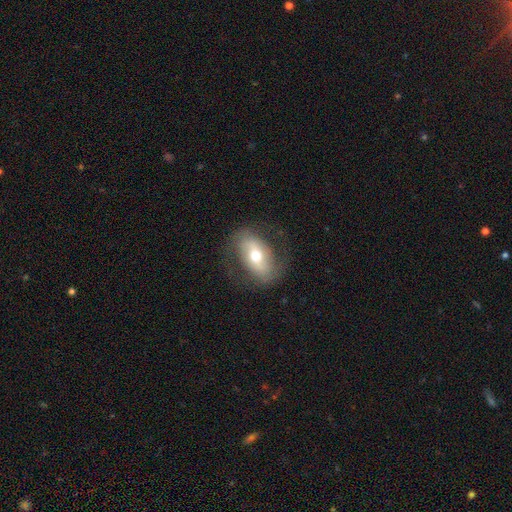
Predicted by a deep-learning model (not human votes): Smooth or featured: featured or disk — 56% (smooth — 37%)
Edge-on disk: no — 90% (yes — 10%)
Bar: strong — 35% (no — 34%)
Spiral arms: yes — 64% (no — 36%)
Bulge size: moderate — 71% (small — 18%)
Merging: none — 74% (minor disturbance — 16%)